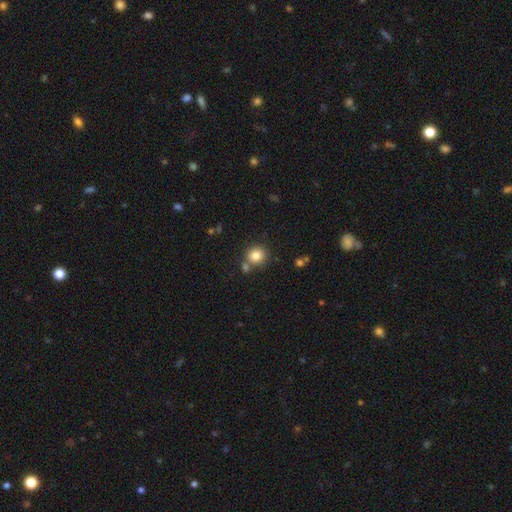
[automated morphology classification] smooth-or-featured: smooth: 82% | star or artifact: 11% | featured or disk: 7%
  how-rounded: round: 87% | in between: 12% | cigar-shaped: 1%
  merging: none: 73% | merger: 15% | minor disturbance: 9% | major disturbance: 3%